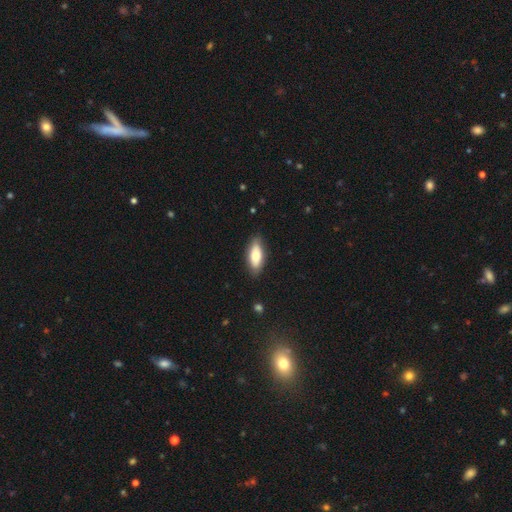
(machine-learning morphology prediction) Smooth or featured?
  - smooth: 73% *
  - featured or disk: 21%
  - star or artifact: 6%
How rounded?
  - in between: 77% *
  - cigar-shaped: 20%
  - round: 2%
Merging?
  - none: 85% *
  - minor disturbance: 11%
  - major disturbance: 2%
  - merger: 1%